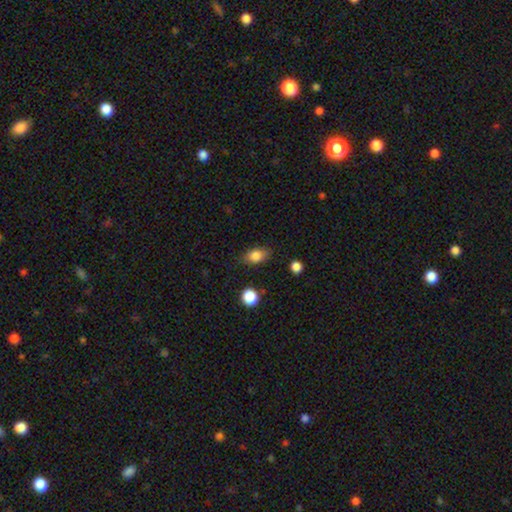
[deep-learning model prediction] This is clearly a smooth galaxy (83%). How rounded: likely in between (80%). Merging: likely none (80%).